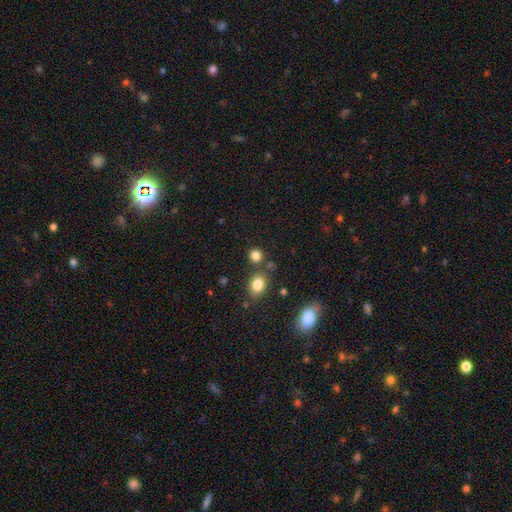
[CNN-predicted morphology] A smooth galaxy with no disk features (82%) that is round (74%). Merging: none (73%).